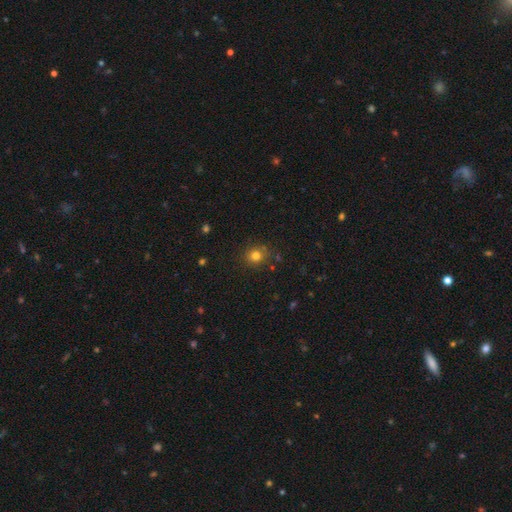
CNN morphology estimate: The model was most divided on "how rounded": round: 80%, in between: 19%, cigar-shaped: 1%. More confident: merging — none (84%); smooth or featured — smooth (79%).